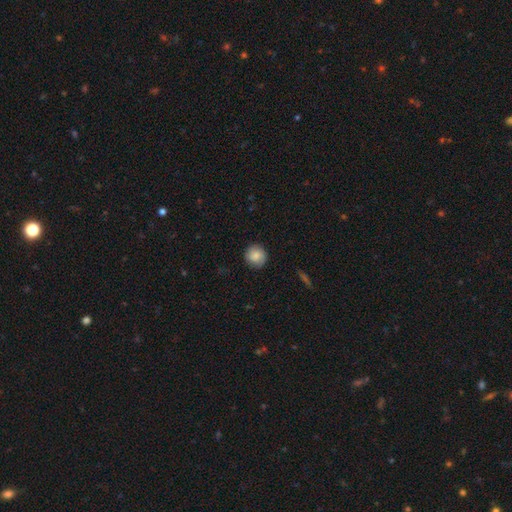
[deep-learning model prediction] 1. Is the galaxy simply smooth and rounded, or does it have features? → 83% smooth, 10% featured or disk, 7% star or artifact.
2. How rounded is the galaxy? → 91% round, 8% in between, 1% cigar-shaped.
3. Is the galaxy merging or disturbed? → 86% none, 10% minor disturbance, 2% major disturbance, 1% merger.